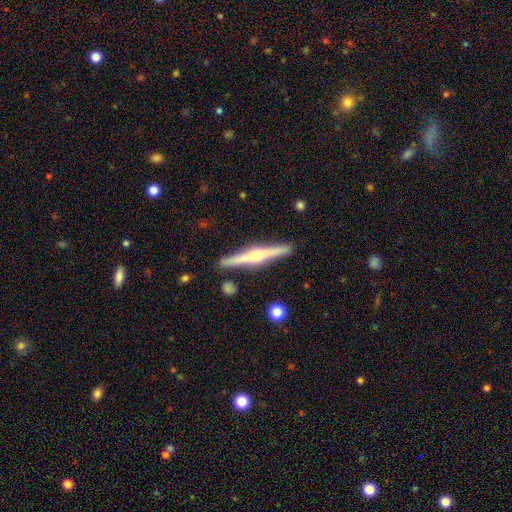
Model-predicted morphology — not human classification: smooth_or_featured: featured or disk (p=0.76) [alt: smooth p=0.18]
disk_edge_on: yes (p=0.98) [alt: no p=0.02]
edge_on_bulge: rounded (p=0.87) [alt: boxy p=0.08]
merging: none (p=0.90) [alt: minor disturbance p=0.07]